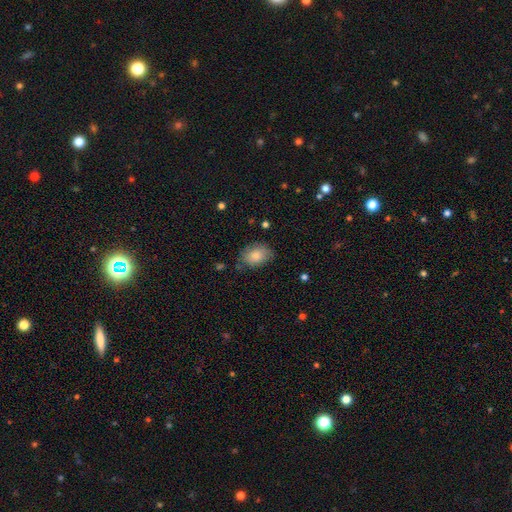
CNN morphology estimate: Smooth or featured? Predicted: smooth (p=0.81). How rounded? Predicted: in between (p=0.75). Merging? Predicted: none (p=0.68).